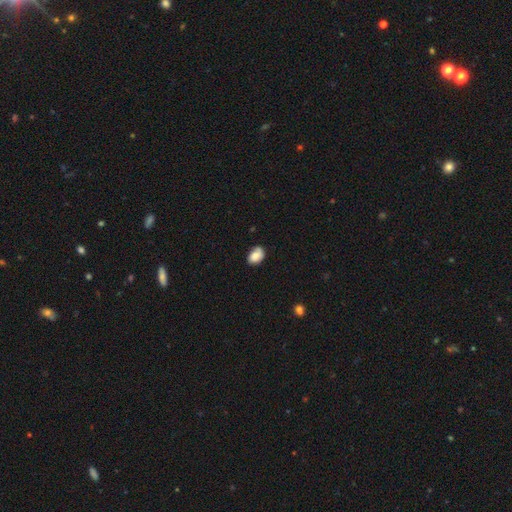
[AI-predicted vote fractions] Q: Smooth or featured?
A: smooth (77%); runner-up: featured or disk (15%)
Q: How rounded?
A: in between (82%); runner-up: round (17%)
Q: Merging?
A: none (63%); runner-up: minor disturbance (28%)